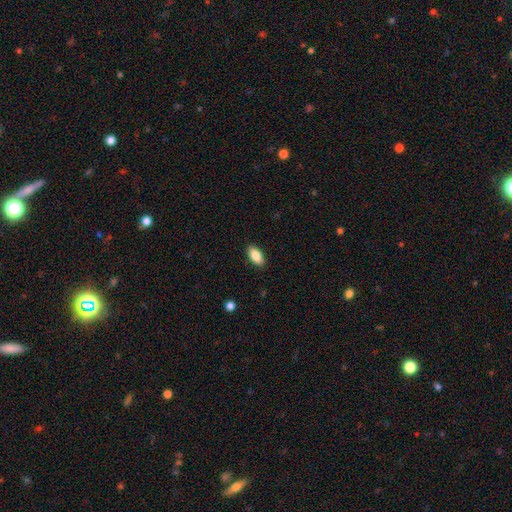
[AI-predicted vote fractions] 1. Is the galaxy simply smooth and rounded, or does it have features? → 86% smooth, 7% featured or disk, 7% star or artifact.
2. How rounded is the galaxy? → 91% in between, 6% cigar-shaped, 3% round.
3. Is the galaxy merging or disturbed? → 90% none, 8% minor disturbance, 2% major disturbance, 1% merger.